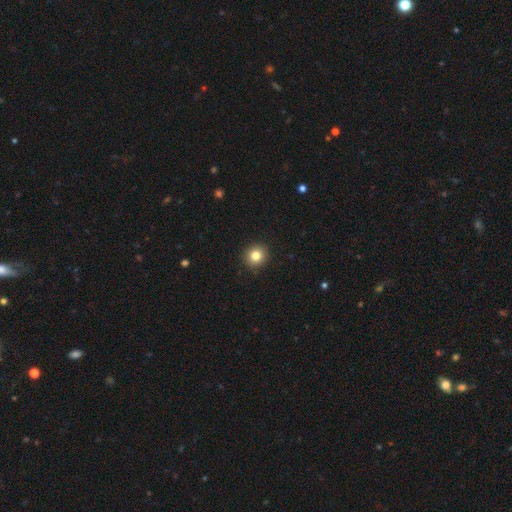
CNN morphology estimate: Smooth or featured? Predicted: smooth (p=0.82). How rounded? Predicted: round (p=0.93). Merging? Predicted: none (p=0.92).